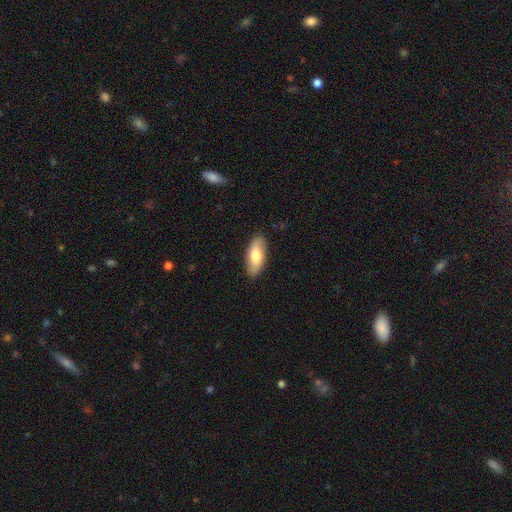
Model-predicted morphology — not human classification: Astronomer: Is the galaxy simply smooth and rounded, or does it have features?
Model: smooth — 70%.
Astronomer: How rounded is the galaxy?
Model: in between — 81%.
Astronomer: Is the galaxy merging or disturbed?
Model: none — 88%.